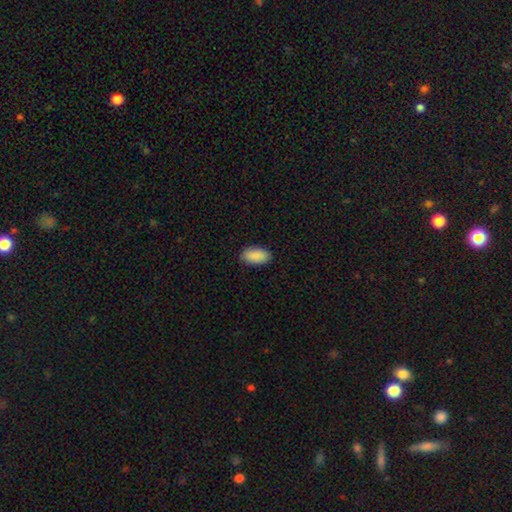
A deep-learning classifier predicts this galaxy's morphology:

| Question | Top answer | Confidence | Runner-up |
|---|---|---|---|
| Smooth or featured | smooth | 91% | star or artifact (6%) |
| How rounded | in between | 95% | round (3%) |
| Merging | none | 89% | minor disturbance (8%) |